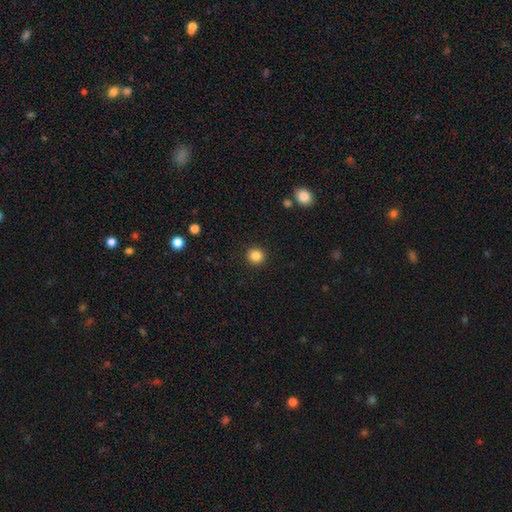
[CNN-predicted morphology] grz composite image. It shows a smooth galaxy with no disk features (85%) that is round (93%). Merging: none (93%).